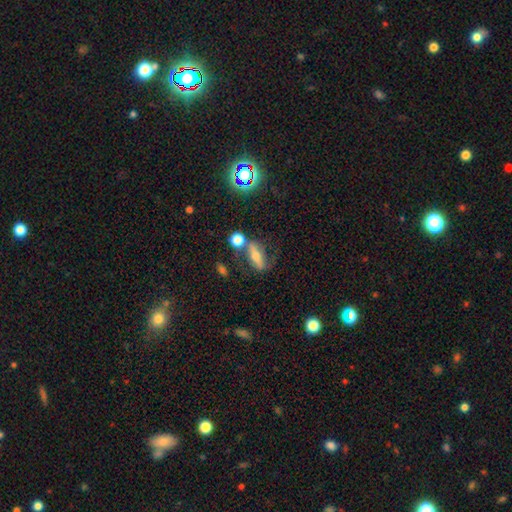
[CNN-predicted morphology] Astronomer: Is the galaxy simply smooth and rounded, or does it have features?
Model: featured or disk — 49% (runner-up: smooth, 36%).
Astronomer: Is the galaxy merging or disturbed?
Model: none — 53%.